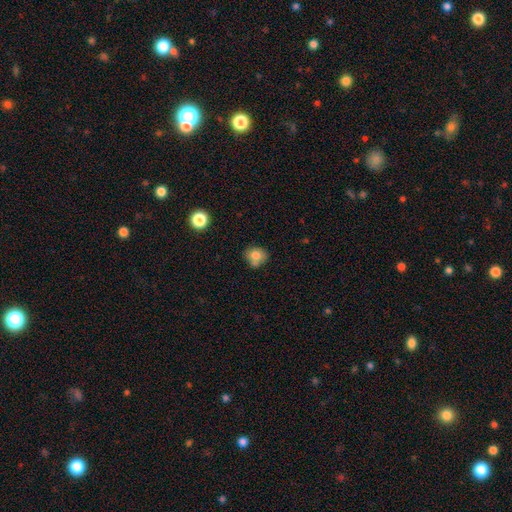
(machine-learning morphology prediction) Overall: smooth (77%). How rounded: round (72%). Merging: none (61%).